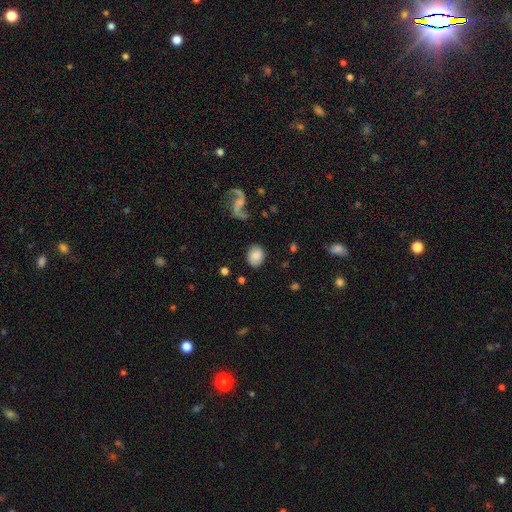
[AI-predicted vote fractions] This is likely a smooth galaxy (65%). How rounded: possibly in between (50%). Merging: likely none (76%).